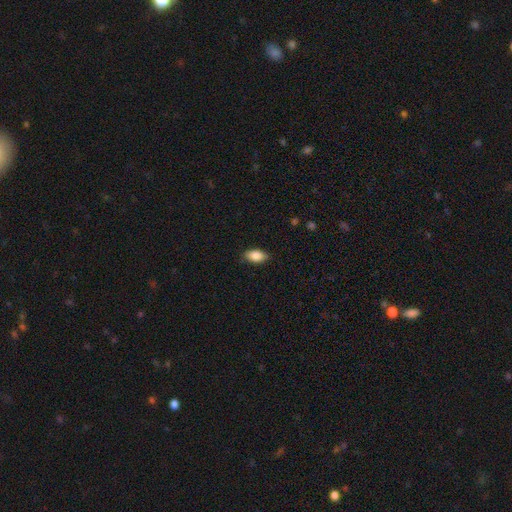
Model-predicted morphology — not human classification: Smooth or featured?
  - smooth: 88% *
  - star or artifact: 7%
  - featured or disk: 5%
How rounded?
  - in between: 92% *
  - round: 4%
  - cigar-shaped: 4%
Merging?
  - none: 85% *
  - minor disturbance: 12%
  - major disturbance: 2%
  - merger: 1%